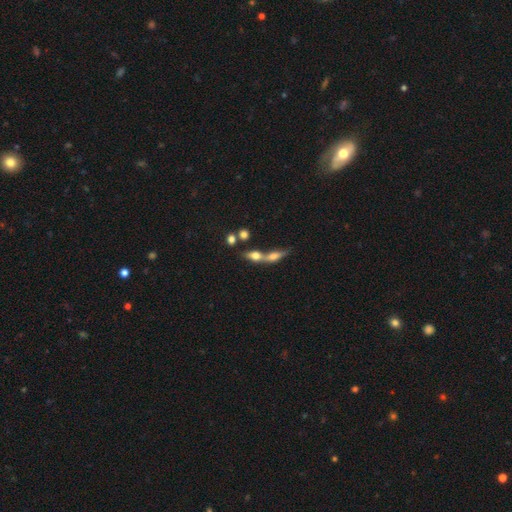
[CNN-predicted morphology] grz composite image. It shows a smooth galaxy with no disk features (58%) that is in between round and cigar-shaped (56%). Merging: merger (61%).